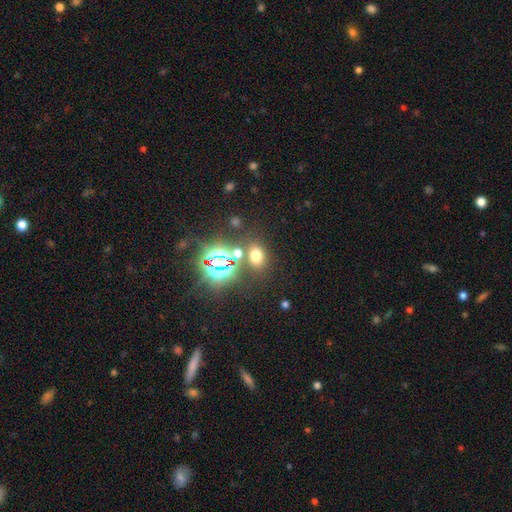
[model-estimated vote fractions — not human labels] This is possibly a smooth galaxy (58%). How rounded: likely in between (63%). Merging: likely none (75%).